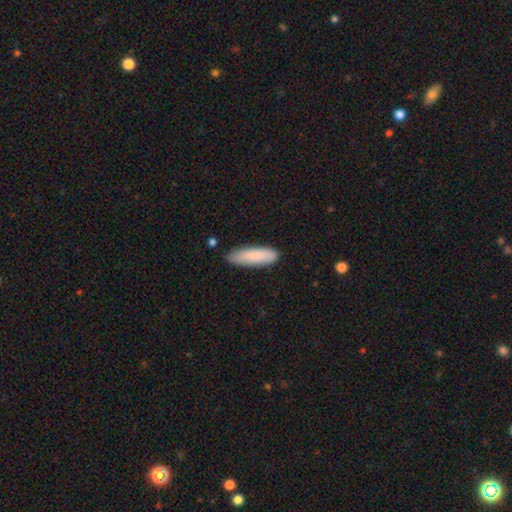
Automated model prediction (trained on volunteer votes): A smooth galaxy with no disk features (86%) that is cigar-shaped (64%). Merging: none (82%).